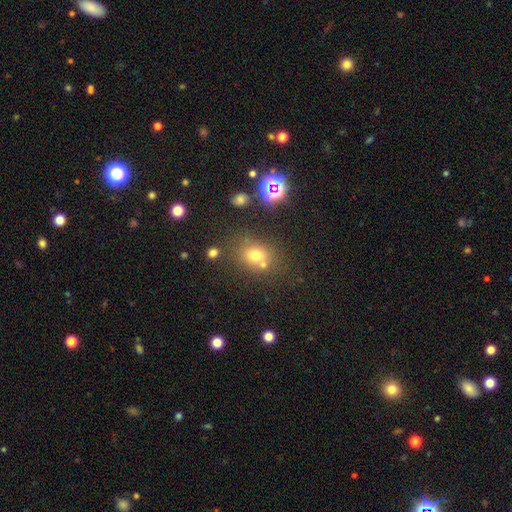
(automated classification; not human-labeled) Q: Smooth or featured?
A: smooth (66%); runner-up: star or artifact (22%)
Q: How rounded?
A: round (61%); runner-up: in between (38%)
Q: Merging?
A: none (65%); runner-up: merger (17%)